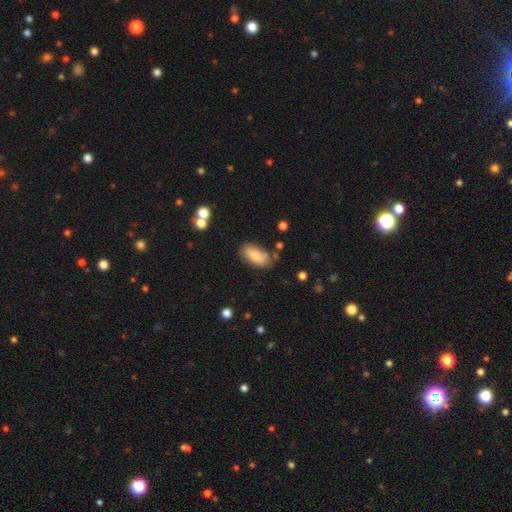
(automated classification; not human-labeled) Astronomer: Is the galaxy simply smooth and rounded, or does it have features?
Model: smooth — 78%.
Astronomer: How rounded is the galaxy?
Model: in between — 92%.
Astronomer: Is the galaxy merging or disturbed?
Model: none — 69%.